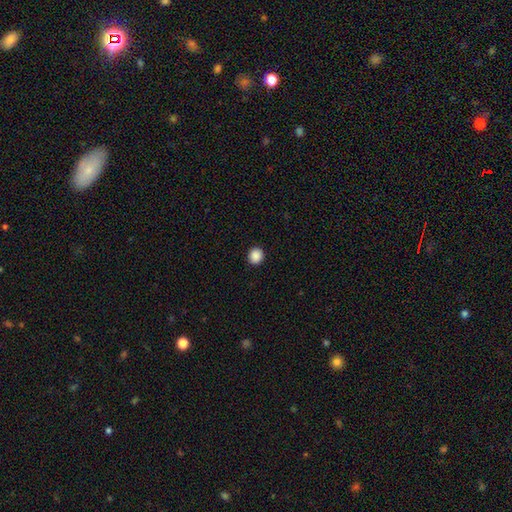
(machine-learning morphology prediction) Overall: smooth (89%). How rounded: round (89%). Merging: none (93%).